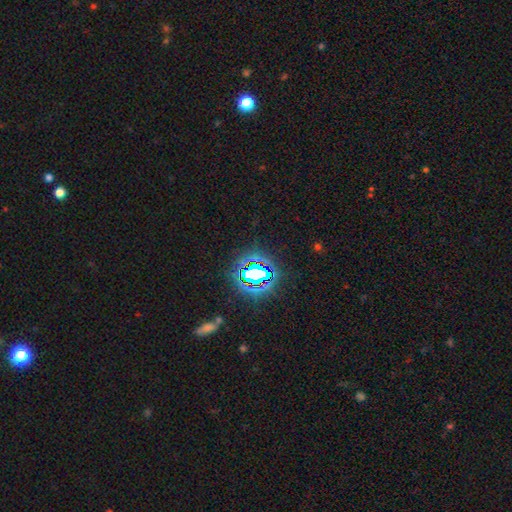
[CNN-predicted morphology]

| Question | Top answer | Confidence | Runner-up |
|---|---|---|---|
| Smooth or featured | star or artifact | 81% | smooth (12%) |